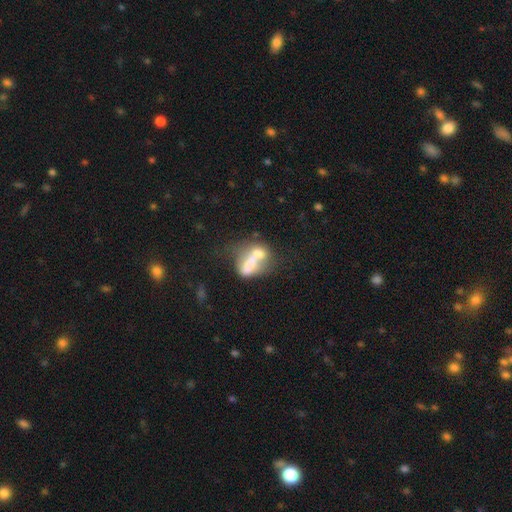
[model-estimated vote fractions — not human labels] Q: Smooth or featured?
A: smooth (49%); runner-up: featured or disk (40%)
Q: Merging?
A: merger (71%); runner-up: none (14%)